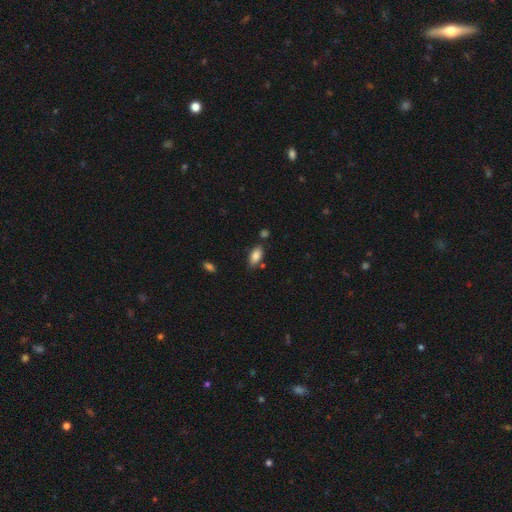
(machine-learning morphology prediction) Smooth or featured? Predicted: smooth (p=0.85). How rounded? Predicted: in between (p=0.91). Merging? Predicted: none (p=0.76).